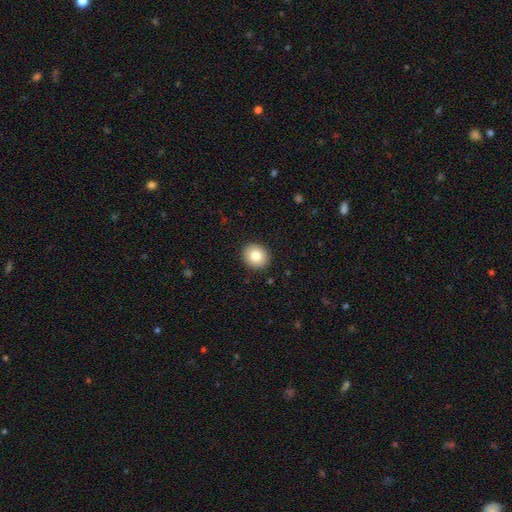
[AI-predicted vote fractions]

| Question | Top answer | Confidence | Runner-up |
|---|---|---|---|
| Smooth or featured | smooth | 82% | star or artifact (9%) |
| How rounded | round | 79% | in between (20%) |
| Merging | none | 92% | minor disturbance (6%) |